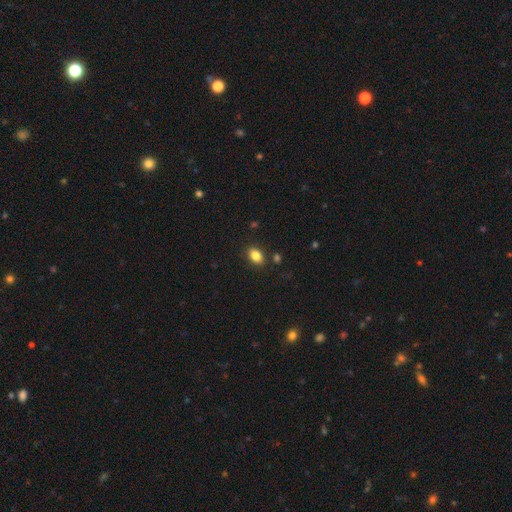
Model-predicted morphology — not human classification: smooth 85%, star or artifact 9%, featured or disk 6%. Down the decision tree: how rounded — in between (84%); merging — none (85%).